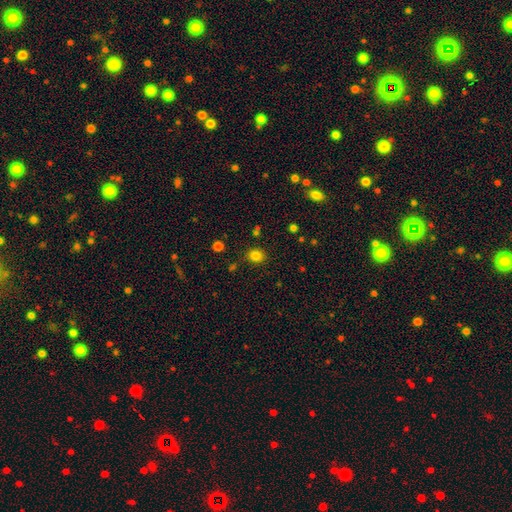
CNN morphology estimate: Q: Smooth or featured?
A: smooth (82%); runner-up: star or artifact (13%)
Q: How rounded?
A: round (71%); runner-up: in between (28%)
Q: Merging?
A: none (85%); runner-up: minor disturbance (10%)